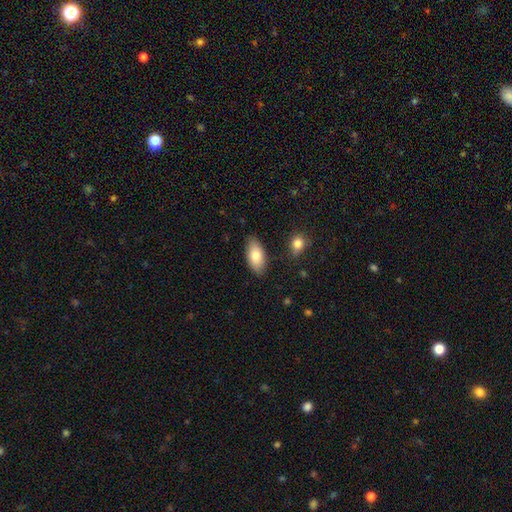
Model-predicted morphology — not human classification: Q: Smooth or featured?
A: smooth (80%); runner-up: featured or disk (13%)
Q: How rounded?
A: in between (92%); runner-up: cigar-shaped (5%)
Q: Merging?
A: none (84%); runner-up: minor disturbance (11%)